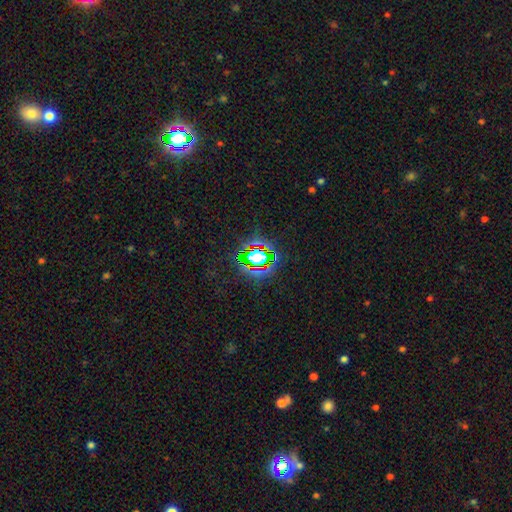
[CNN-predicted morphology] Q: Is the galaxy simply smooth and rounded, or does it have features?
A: star or artifact — 64%.